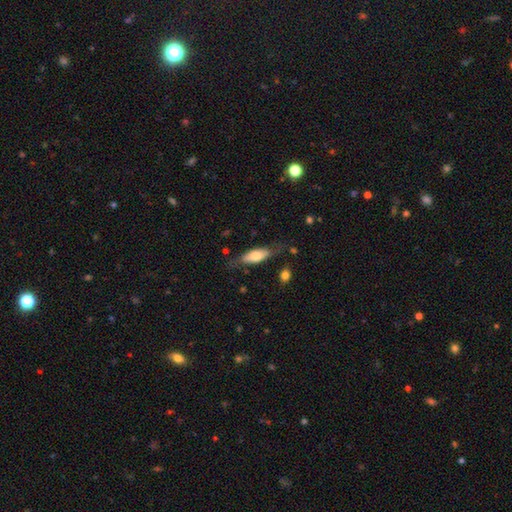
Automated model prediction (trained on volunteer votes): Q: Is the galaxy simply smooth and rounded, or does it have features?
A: smooth — 63%.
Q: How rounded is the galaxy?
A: in between — 64%.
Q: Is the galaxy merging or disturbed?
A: none — 66%.